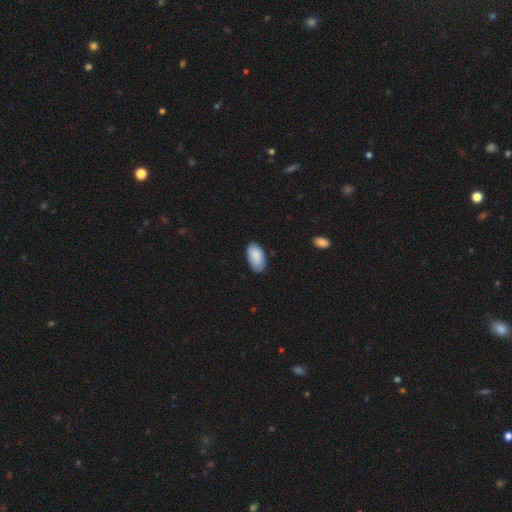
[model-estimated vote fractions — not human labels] A smooth galaxy with no disk features (86%) that is in between round and cigar-shaped (96%). Merging: none (79%).